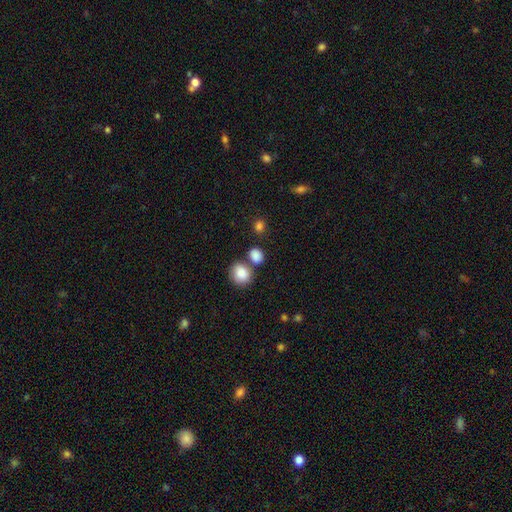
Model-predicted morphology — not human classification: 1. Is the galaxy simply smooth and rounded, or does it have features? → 85% smooth, 9% star or artifact, 5% featured or disk.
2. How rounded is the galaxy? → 61% round, 38% in between, 1% cigar-shaped.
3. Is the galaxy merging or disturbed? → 56% none, 28% merger, 12% minor disturbance, 4% major disturbance.